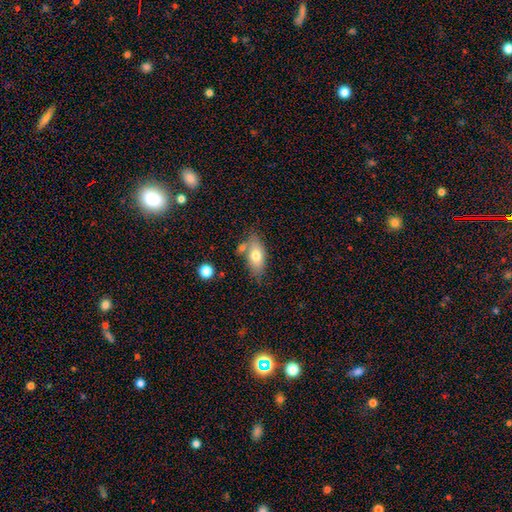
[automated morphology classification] type=smooth (72%); roundness=in between (87%); merging=none (63%).